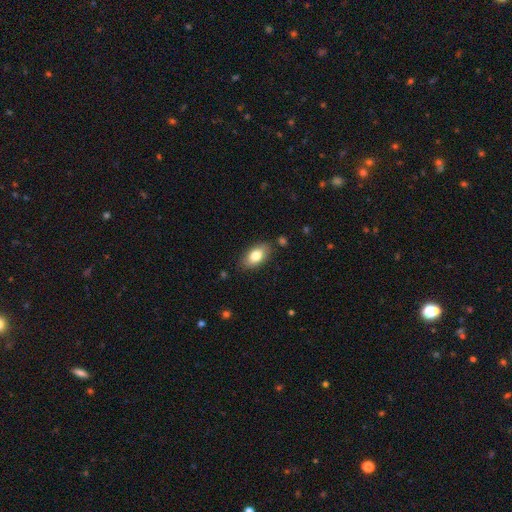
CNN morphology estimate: smooth_or_featured: smooth (p=0.79) [alt: featured or disk p=0.14]
how_rounded: in between (p=0.90) [alt: cigar-shaped p=0.05]
merging: none (p=0.84) [alt: minor disturbance p=0.12]